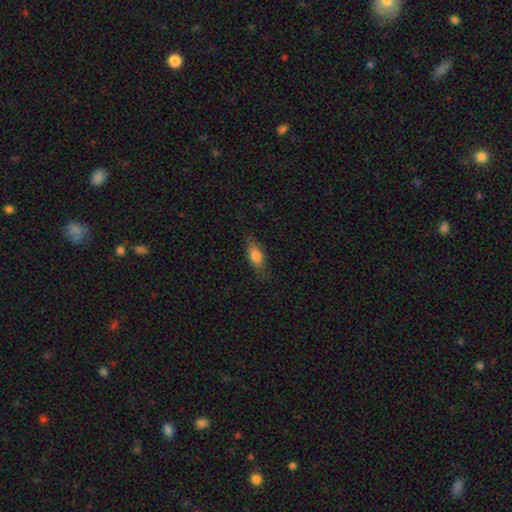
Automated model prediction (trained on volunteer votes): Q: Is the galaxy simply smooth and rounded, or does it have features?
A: smooth — 78%.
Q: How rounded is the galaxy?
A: in between — 81%.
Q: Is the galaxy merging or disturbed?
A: none — 75%.